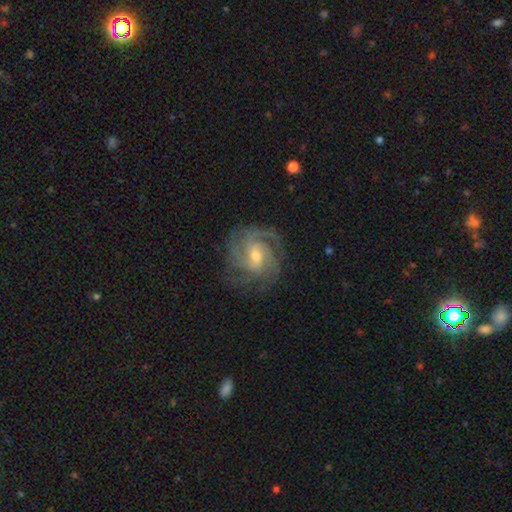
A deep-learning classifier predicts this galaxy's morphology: type=featured or disk (89%); edge-on=no (98%); bar=weak (49%); spiral arms=yes (97%); winding=tight (55%); arm count=3 (33%); bulge=moderate (53%); merging=none (74%).